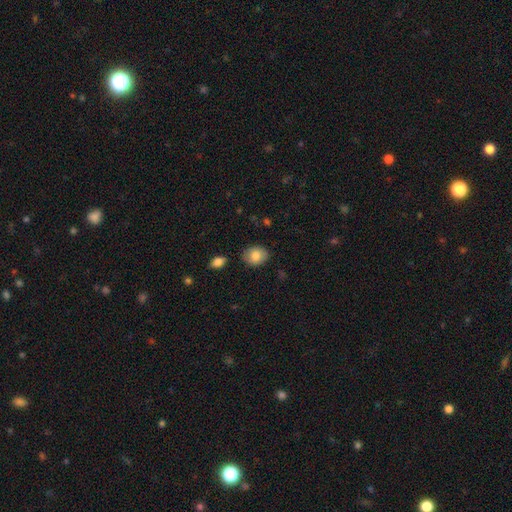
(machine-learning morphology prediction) smooth-or-featured: smooth: 82% | featured or disk: 11% | star or artifact: 8%
  how-rounded: in between: 53% | round: 46% | cigar-shaped: 1%
  merging: none: 84% | minor disturbance: 11% | major disturbance: 2% | merger: 2%